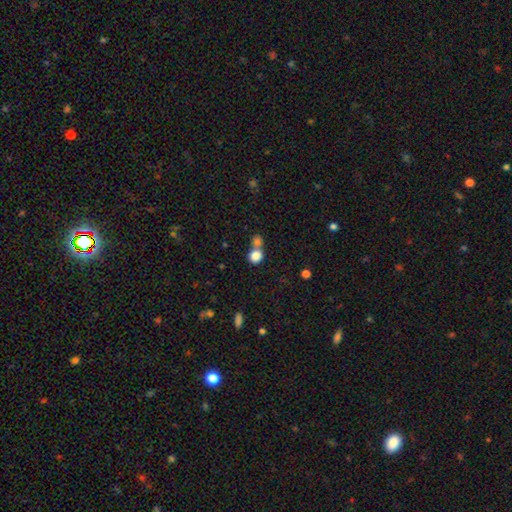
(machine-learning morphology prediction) Smooth or featured? Predicted: smooth (p=0.83). How rounded? Predicted: round (p=0.76). Merging? Predicted: merger (p=0.47).